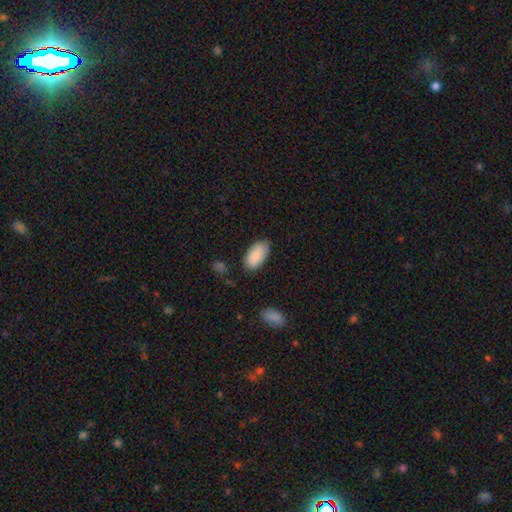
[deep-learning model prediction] Smooth or featured? smooth (88%)
How rounded? in between (94%)
Merging? none (79%)